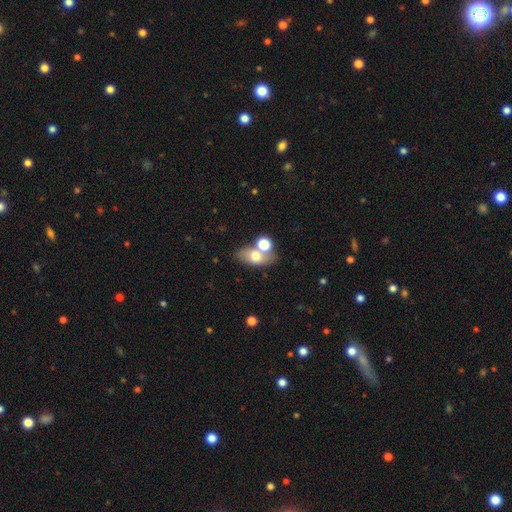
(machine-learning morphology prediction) smooth 67%, featured or disk 22%, star or artifact 10%. Down the decision tree: how rounded — in between (80%); merging — none (51%).